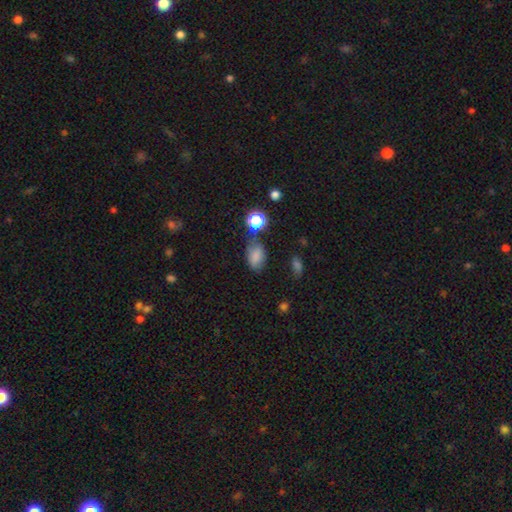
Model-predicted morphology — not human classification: This is likely a smooth galaxy (77%). How rounded: clearly in between (83%). Merging: possibly none (59%).